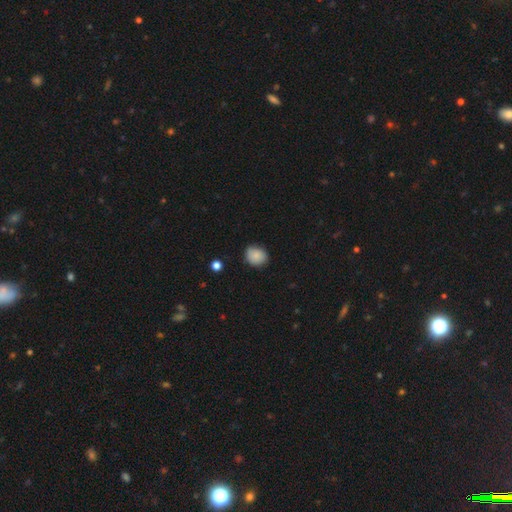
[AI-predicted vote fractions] smooth-or-featured: smooth: 86% | star or artifact: 8% | featured or disk: 6%
  how-rounded: round: 65% | in between: 34% | cigar-shaped: 1%
  merging: none: 78% | minor disturbance: 18% | major disturbance: 3% | merger: 1%